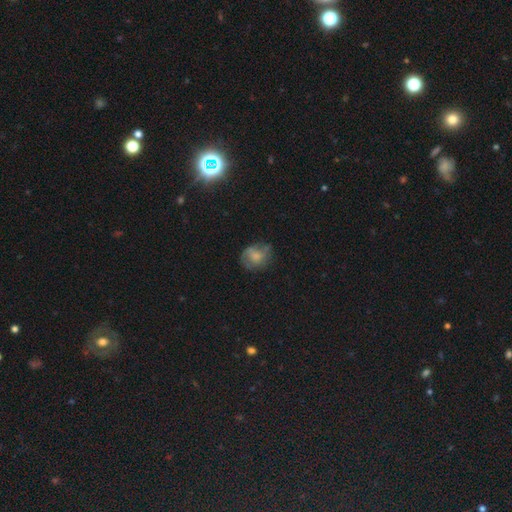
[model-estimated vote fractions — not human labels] Overall: smooth (50%; featured or disk 40%). Merging: none (58%; minor disturbance 25%).